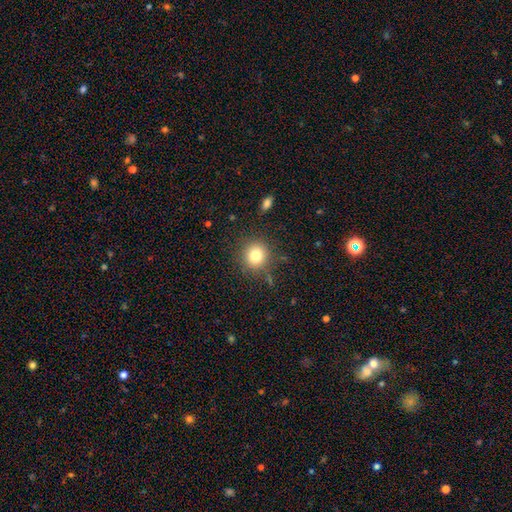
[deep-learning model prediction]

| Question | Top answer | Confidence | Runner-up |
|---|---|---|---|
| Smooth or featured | smooth | 78% | star or artifact (13%) |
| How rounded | round | 91% | in between (8%) |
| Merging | none | 85% | minor disturbance (9%) |